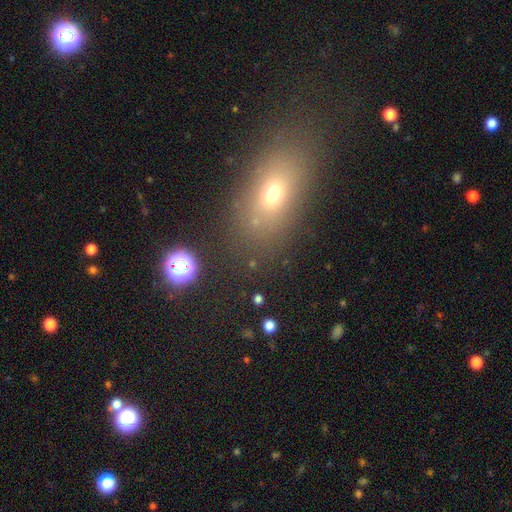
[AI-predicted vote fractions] smooth_or_featured: smooth (p=0.57) [alt: star or artifact p=0.25]
how_rounded: in between (p=0.73) [alt: round p=0.17]
merging: none (p=0.82) [alt: minor disturbance p=0.10]